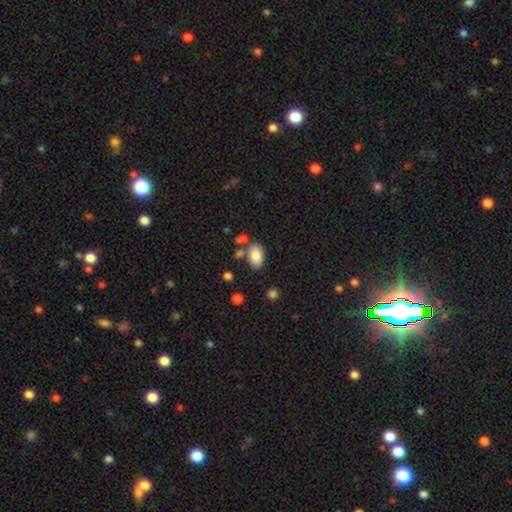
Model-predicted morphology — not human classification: smooth_or_featured: smooth (p=0.85) [alt: star or artifact p=0.08]
how_rounded: in between (p=0.92) [alt: round p=0.06]
merging: none (p=0.69) [alt: minor disturbance p=0.14]